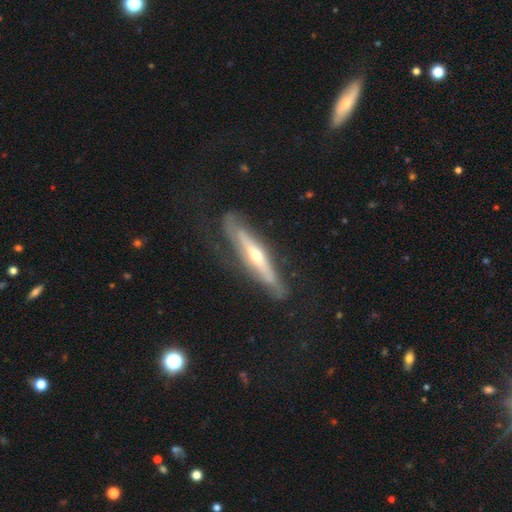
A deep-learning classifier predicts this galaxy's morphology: Overall: featured or disk (76%). Edge-on disk: yes (79%). Edge-on bulge: rounded (83%). Merging: none (64%).